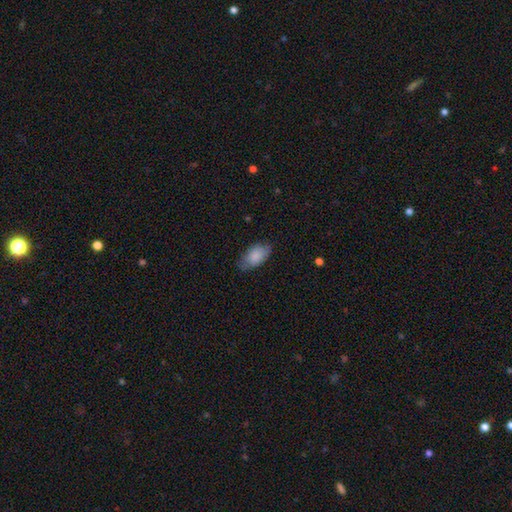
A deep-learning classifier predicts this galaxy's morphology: The model was most divided on "merging": none: 70%, minor disturbance: 24%, major disturbance: 5%, merger: 1%. More confident: how rounded — in between (93%); smooth or featured — smooth (85%).